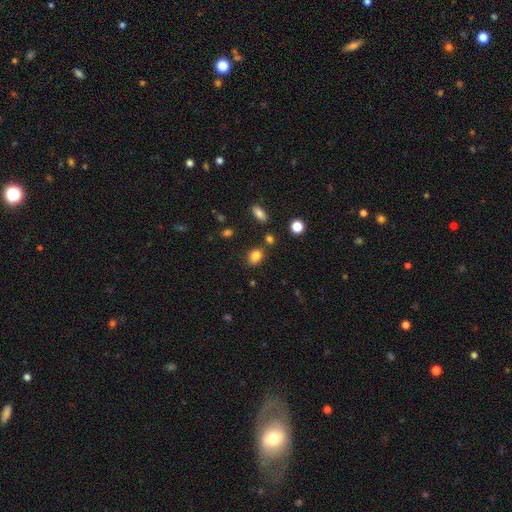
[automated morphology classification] smooth 83%, star or artifact 12%, featured or disk 6%. Down the decision tree: how rounded — in between (60%); merging — none (74%).